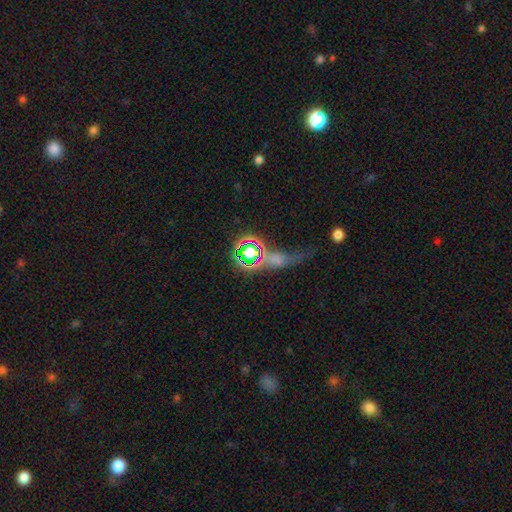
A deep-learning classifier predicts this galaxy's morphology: type=star or artifact (47%).